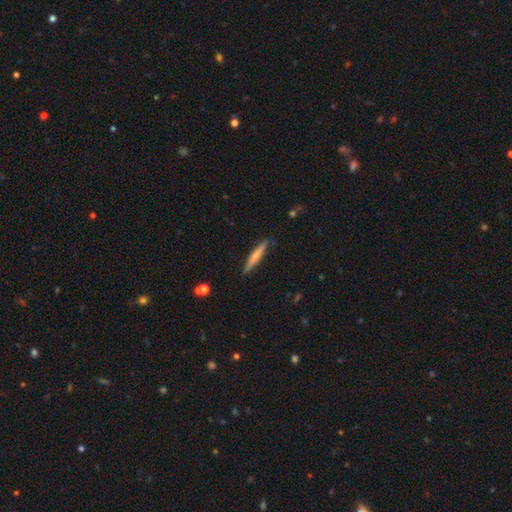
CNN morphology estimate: Smooth or featured? Predicted: smooth (p=0.60). How rounded? Predicted: cigar-shaped (p=0.94). Merging? Predicted: none (p=0.88).